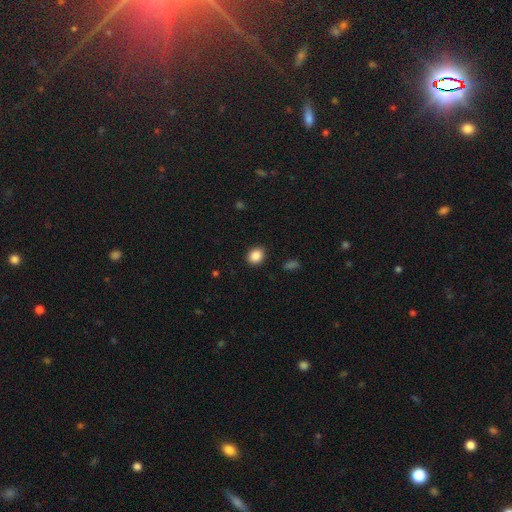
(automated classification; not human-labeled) Smooth or featured? Predicted: smooth (p=0.88). How rounded? Predicted: round (p=0.59). Merging? Predicted: none (p=0.90).